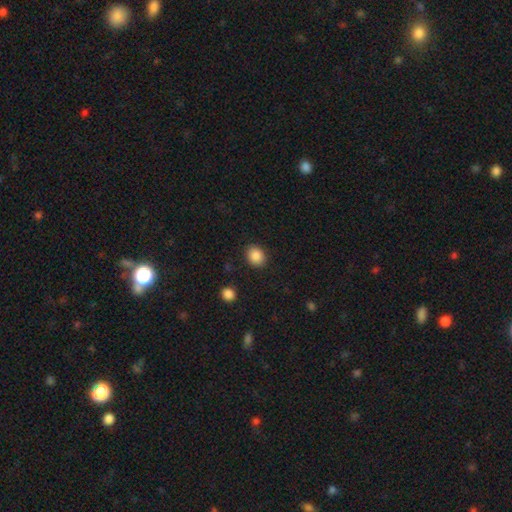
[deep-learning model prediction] Smooth or featured: smooth — 87% (star or artifact — 9%)
How rounded: round — 52% (in between — 47%)
Merging: none — 88% (minor disturbance — 8%)